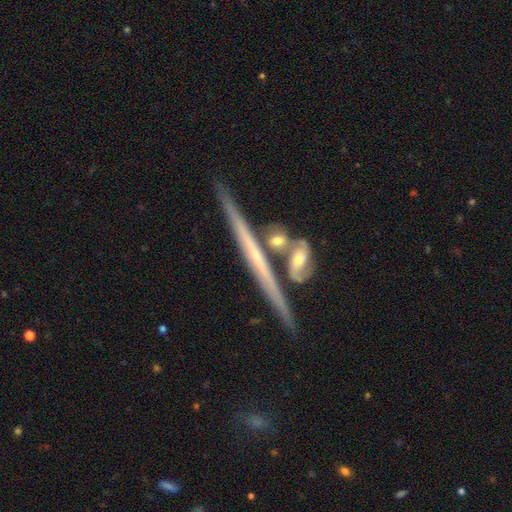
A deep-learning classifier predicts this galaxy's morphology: Smooth or featured? featured or disk (71%)
Edge-on disk? yes (95%)
Edge-on bulge? none (72%)
Merging? none (71%)